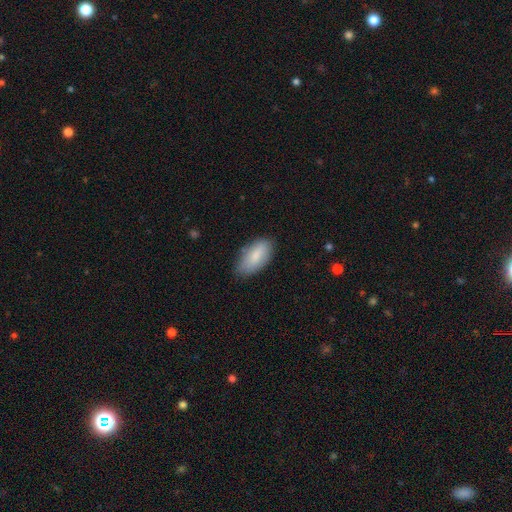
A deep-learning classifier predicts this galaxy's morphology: A smooth galaxy with no disk features (83%) that is in between round and cigar-shaped (92%). Merging: none (75%).